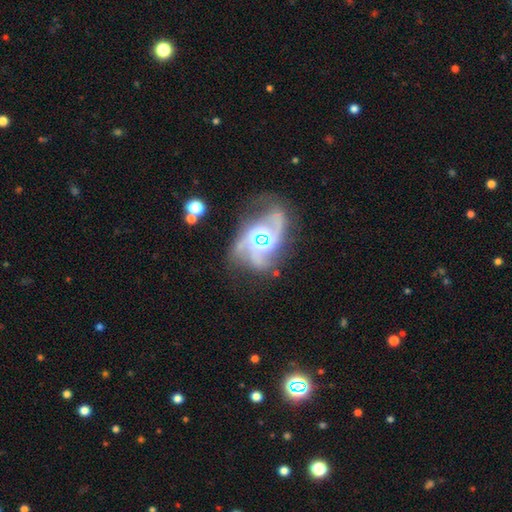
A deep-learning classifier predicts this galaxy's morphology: smooth_or_featured: featured or disk (p=0.86) [alt: star or artifact p=0.08]
disk_edge_on: no (p=0.97) [alt: yes p=0.03]
bar: no (p=0.56) [alt: weak p=0.34]
has_spiral_arms: yes (p=0.95) [alt: no p=0.05]
spiral_winding: medium (p=0.49) [alt: loose p=0.27]
spiral_arm_count: 2 (p=0.51) [alt: 3 p=0.24]
bulge_size: moderate (p=0.60) [alt: small p=0.19]
merging: none (p=0.53) [alt: minor disturbance p=0.19]